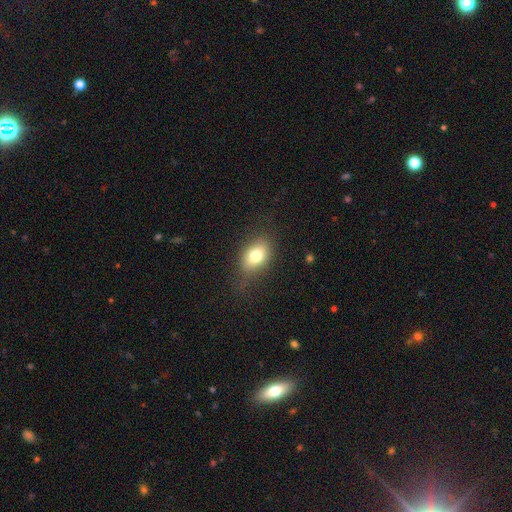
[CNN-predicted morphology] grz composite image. It shows a smooth galaxy with no disk features (75%) that is in between round and cigar-shaped (79%). Merging: none (75%).